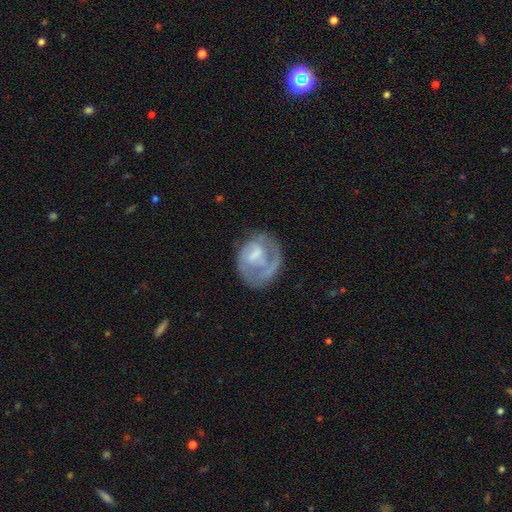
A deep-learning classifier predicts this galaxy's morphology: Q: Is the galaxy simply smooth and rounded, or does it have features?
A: featured or disk — 56%.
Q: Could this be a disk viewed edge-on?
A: no — 97%.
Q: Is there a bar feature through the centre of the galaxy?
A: no — 44%.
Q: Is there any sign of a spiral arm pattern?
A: yes — 57%.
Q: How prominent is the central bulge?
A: none — 32%.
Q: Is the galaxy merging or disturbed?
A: none — 47%.